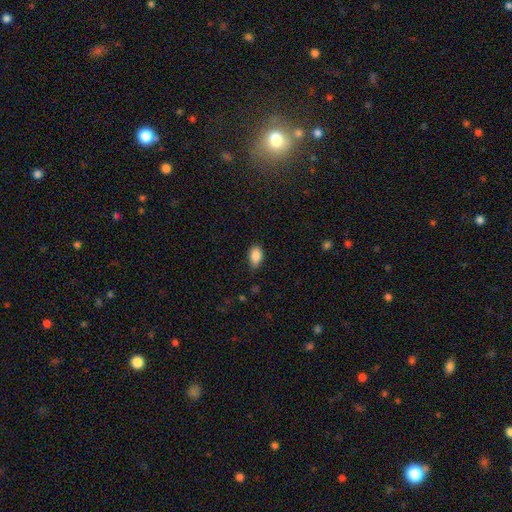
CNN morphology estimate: The model was most divided on "merging": none: 67%, minor disturbance: 27%, major disturbance: 4%, merger: 1%. More confident: smooth or featured — smooth (87%); how rounded — in between (87%).